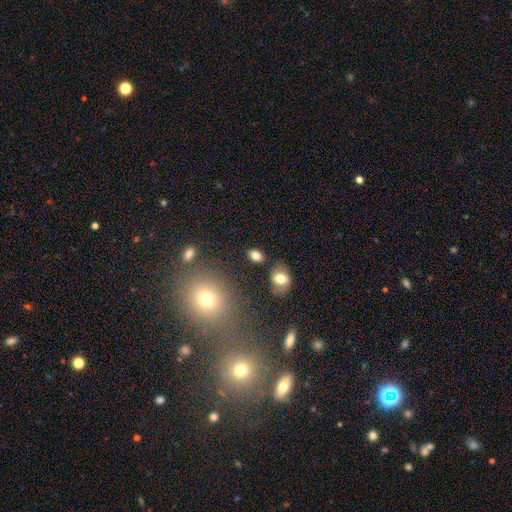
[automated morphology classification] This is clearly a smooth galaxy (81%). How rounded: likely in between (80%). Merging: likely none (79%).